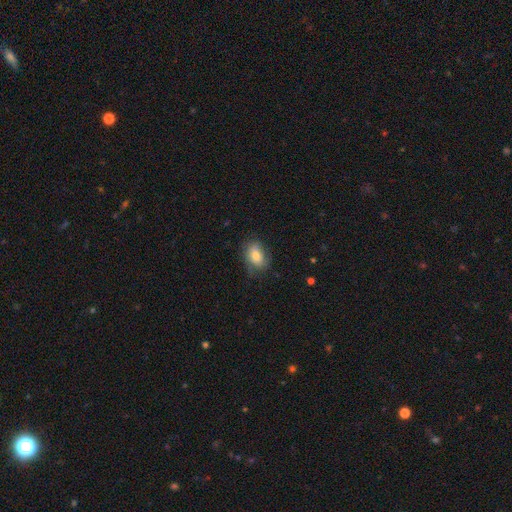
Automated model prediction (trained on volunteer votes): The model was most divided on "merging": none: 66%, minor disturbance: 24%, major disturbance: 9%, merger: 1%. More confident: how rounded — in between (81%); smooth or featured — smooth (72%).